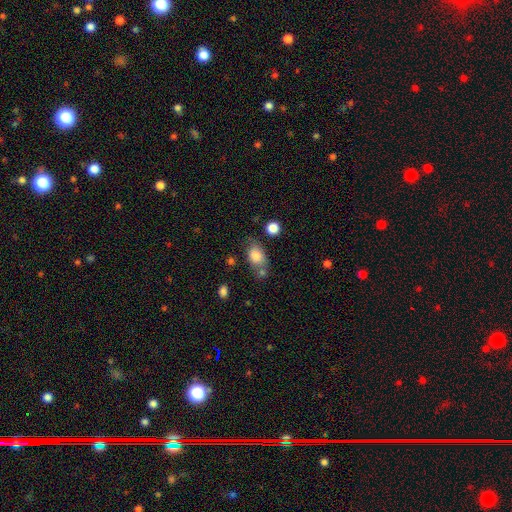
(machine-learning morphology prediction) smooth_or_featured: smooth (p=0.82) [alt: featured or disk p=0.10]
how_rounded: in between (p=0.77) [alt: round p=0.21]
merging: none (p=0.58) [alt: minor disturbance p=0.21]